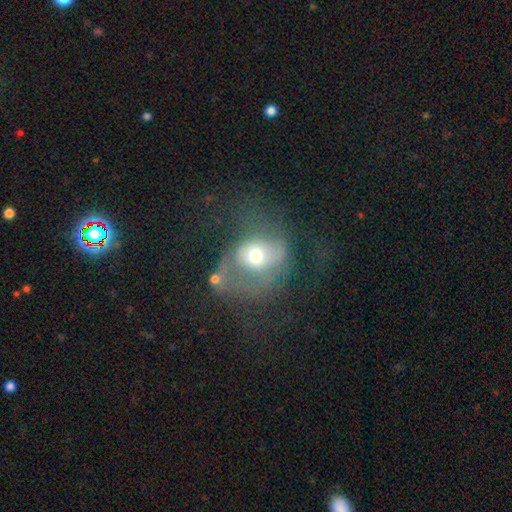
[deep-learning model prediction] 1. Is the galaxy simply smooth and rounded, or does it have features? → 48% smooth, 41% featured or disk, 11% star or artifact.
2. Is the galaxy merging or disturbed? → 54% major disturbance, 21% none, 17% minor disturbance, 7% merger.